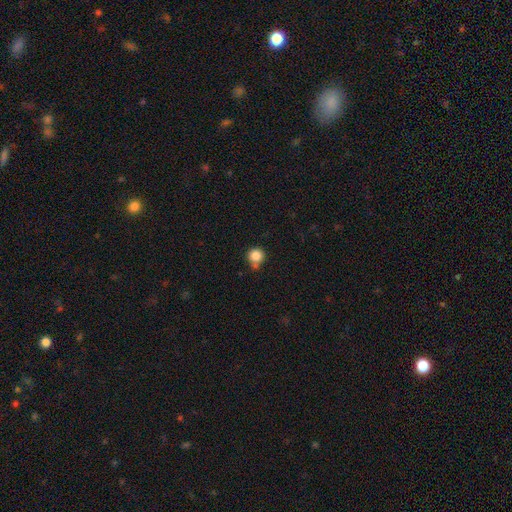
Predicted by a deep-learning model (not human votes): Smooth or featured? smooth (85%)
How rounded? round (93%)
Merging? none (66%)